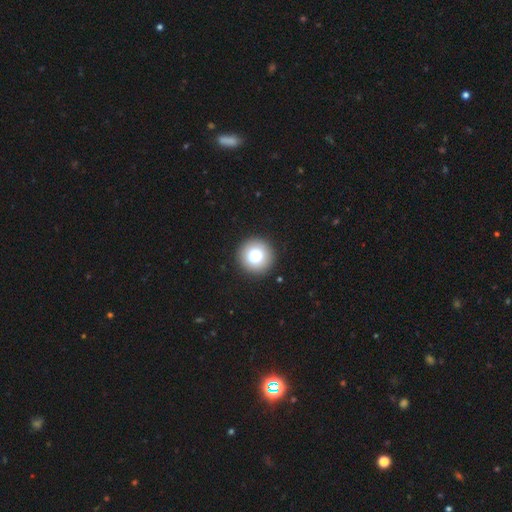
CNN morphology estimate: Smooth or featured? smooth (80%)
How rounded? round (95%)
Merging? none (91%)